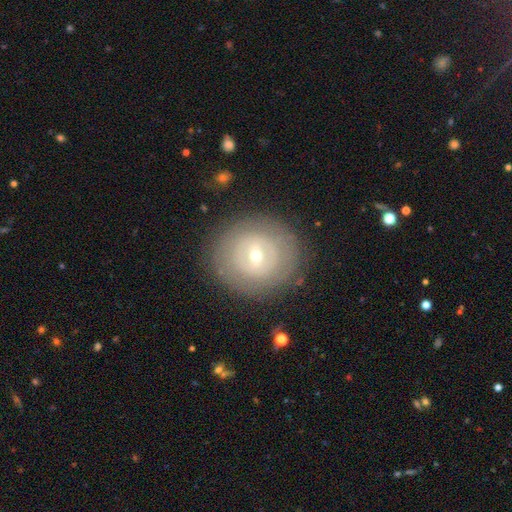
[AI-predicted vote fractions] Smooth or featured? Predicted: featured or disk (p=0.58). Edge-on disk? Predicted: no (p=0.95). Bar? Predicted: no (p=0.42). Spiral arms? Predicted: no (p=0.71). Bulge size? Predicted: small (p=0.60). Merging? Predicted: none (p=0.85).